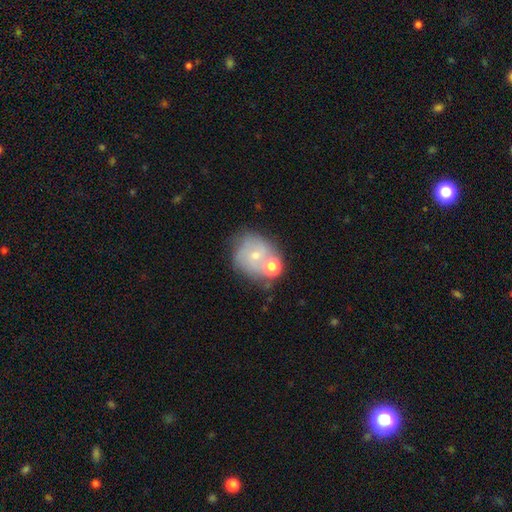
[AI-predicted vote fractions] smooth-or-featured: smooth: 44% | featured or disk: 43% | star or artifact: 12%
  merging: none: 39% | merger: 33% | minor disturbance: 17% | major disturbance: 10%